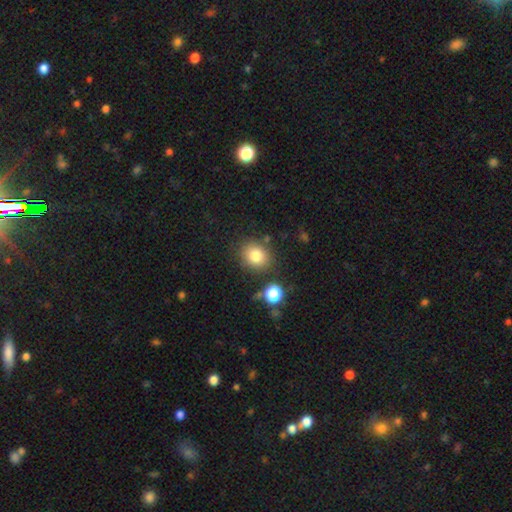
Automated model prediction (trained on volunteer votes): Smooth or featured: smooth — 80% (star or artifact — 12%)
How rounded: round — 68% (in between — 31%)
Merging: none — 81% (minor disturbance — 11%)